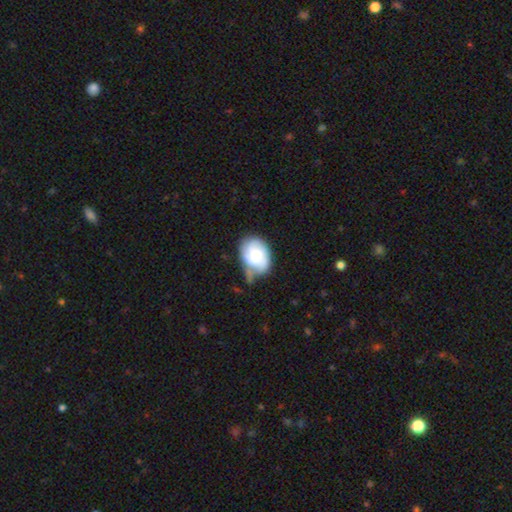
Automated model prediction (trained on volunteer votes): The model was most divided on "merging": minor disturbance: 40%, none: 32%, major disturbance: 21%, merger: 8%. More confident: how rounded — in between (69%); smooth or featured — smooth (55%).